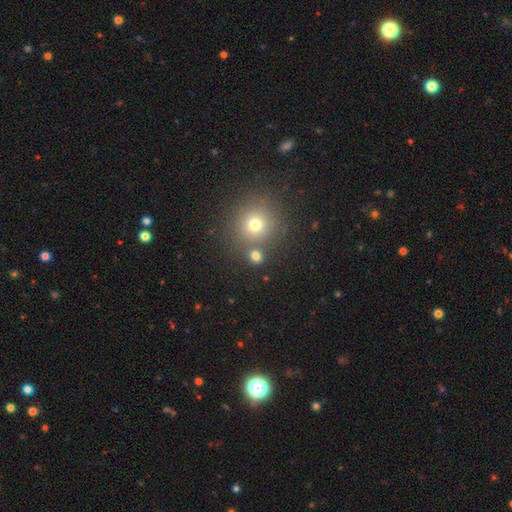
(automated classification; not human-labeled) smooth 73%, star or artifact 19%, featured or disk 8%. Down the decision tree: how rounded — round (82%); merging — none (71%).